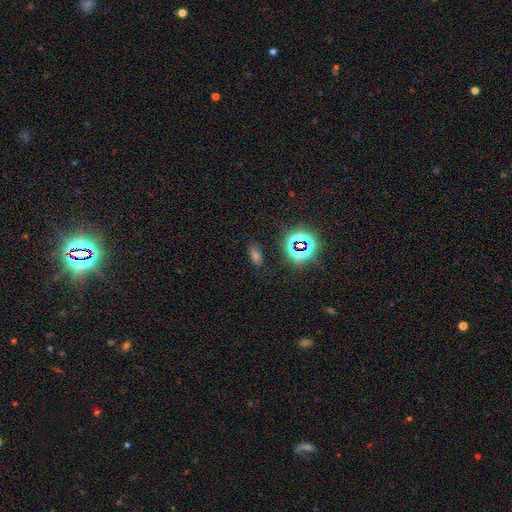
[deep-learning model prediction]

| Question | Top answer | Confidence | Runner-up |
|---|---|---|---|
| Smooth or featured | star or artifact | 45% | smooth (44%) |